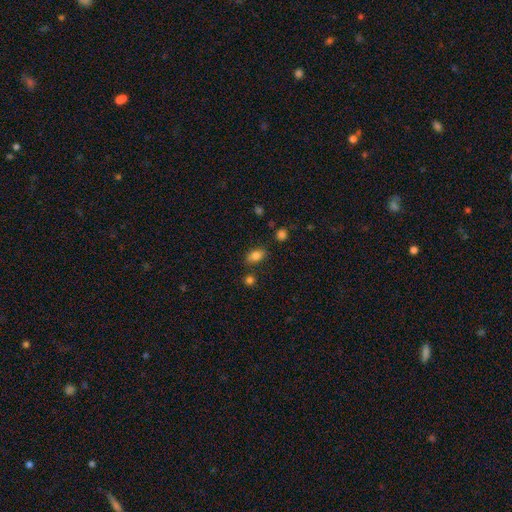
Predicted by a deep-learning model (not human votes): smooth-or-featured: smooth: 81% | star or artifact: 10% | featured or disk: 9%
  how-rounded: in between: 84% | round: 11% | cigar-shaped: 4%
  merging: none: 78% | minor disturbance: 14% | merger: 5% | major disturbance: 3%